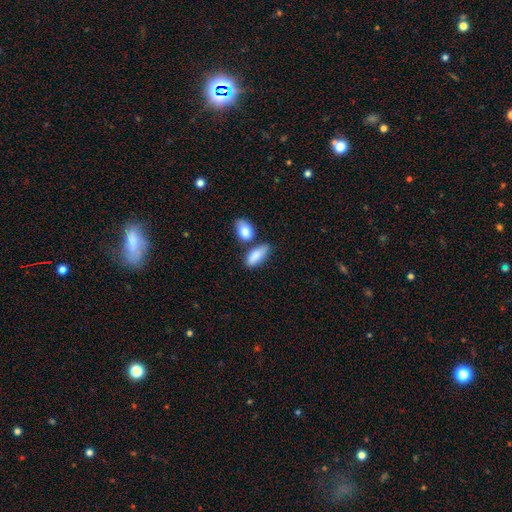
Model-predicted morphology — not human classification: Q: Smooth or featured?
A: smooth (84%); runner-up: featured or disk (9%)
Q: How rounded?
A: in between (86%); runner-up: cigar-shaped (9%)
Q: Merging?
A: none (46%); runner-up: merger (28%)